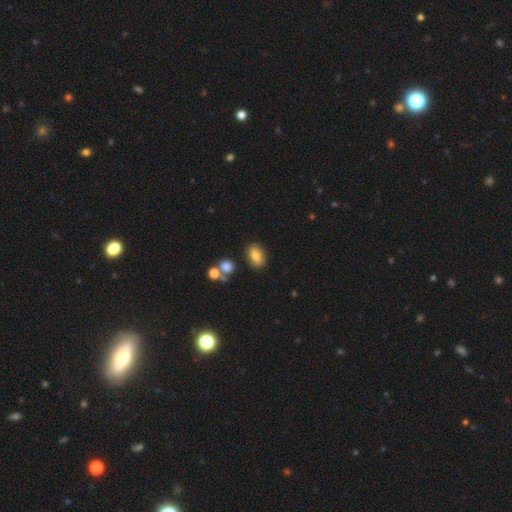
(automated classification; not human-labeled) Morphology: type=smooth (77%); roundness=in between (82%); merging=none (80%).